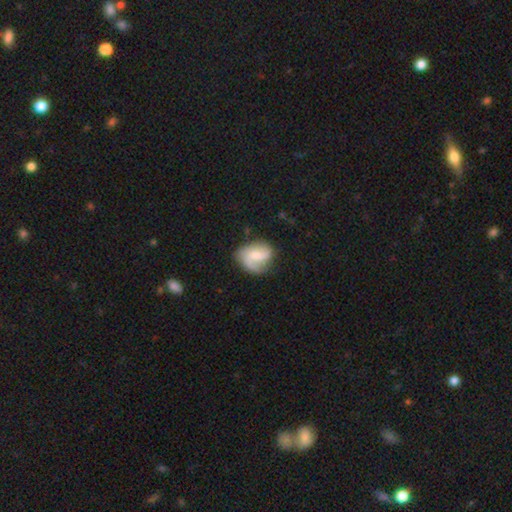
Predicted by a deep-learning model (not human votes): Overall: featured or disk (51%; smooth 41%). Edge-on disk: no (97%). Merging: none (57%; minor disturbance 27%).